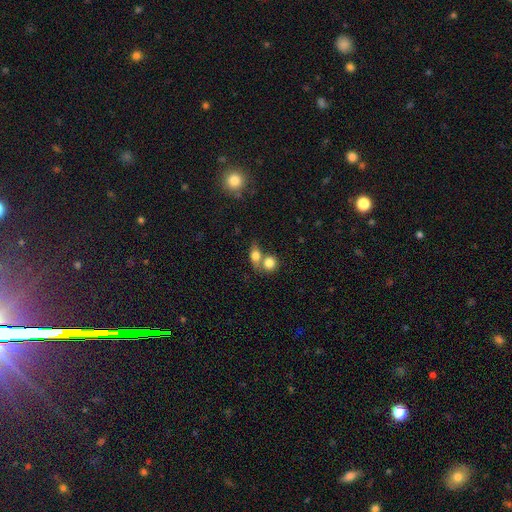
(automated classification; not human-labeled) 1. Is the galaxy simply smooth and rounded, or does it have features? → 77% smooth, 14% featured or disk, 9% star or artifact.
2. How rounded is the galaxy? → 55% in between, 40% round, 5% cigar-shaped.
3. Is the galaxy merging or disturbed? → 50% merger, 36% none, 9% minor disturbance, 4% major disturbance.